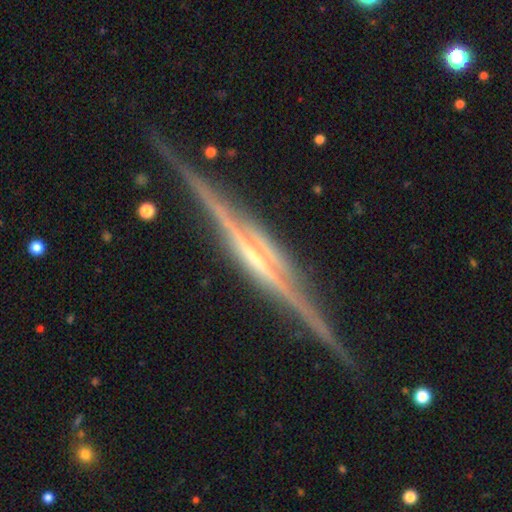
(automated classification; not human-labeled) A featured or disk galaxy (91%) viewed edge-on (98%) with a rounded central bulge (56%).

Vote fractions:
- Smooth or featured? featured or disk: 91% / star or artifact: 5% / smooth: 4%
- Edge-on disk? yes: 98% / no: 2%
- Edge-on bulge? rounded: 56% / boxy: 28% / none: 16%
- Merging? none: 86% / minor disturbance: 10% / major disturbance: 2% / merger: 1%